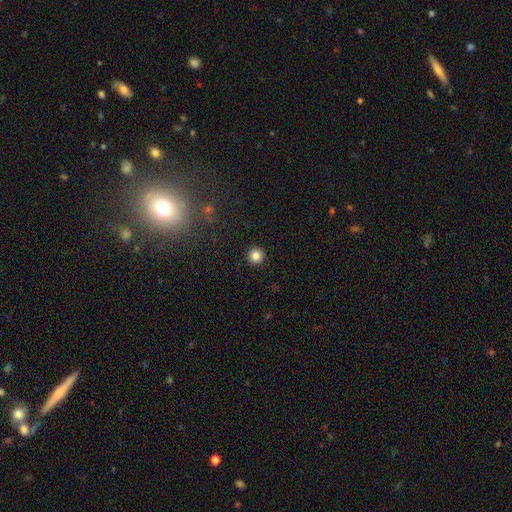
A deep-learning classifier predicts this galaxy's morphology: This appears to be a smooth galaxy with no disk features (84%) that is round (96%). Merging: none (93%).